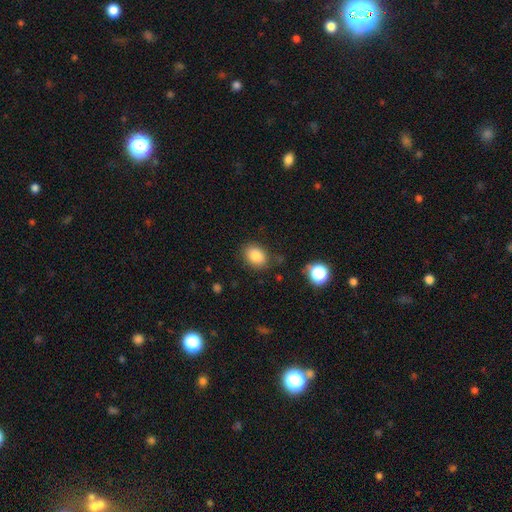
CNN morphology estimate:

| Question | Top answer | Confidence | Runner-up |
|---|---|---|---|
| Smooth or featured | smooth | 85% | star or artifact (9%) |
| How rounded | in between | 67% | round (32%) |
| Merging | none | 81% | minor disturbance (13%) |